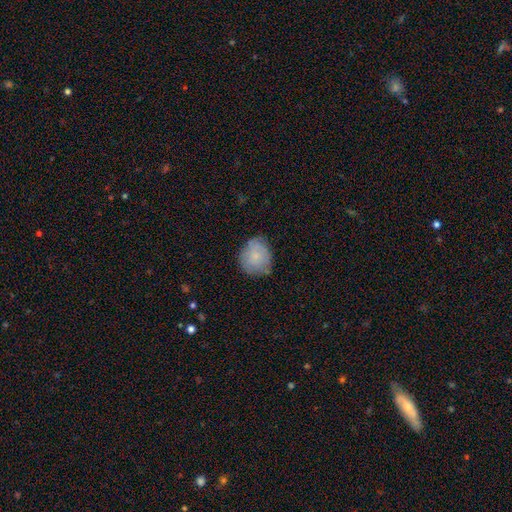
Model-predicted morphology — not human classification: Smooth or featured? smooth (76%)
How rounded? round (72%)
Merging? none (69%)